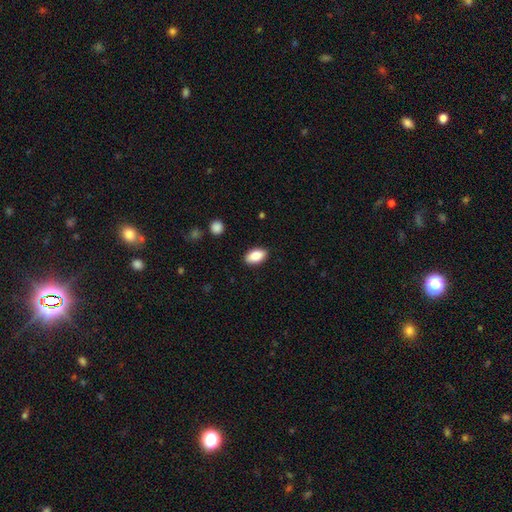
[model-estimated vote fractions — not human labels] A smooth galaxy with no disk features (85%) that is in between round and cigar-shaped (92%).

Vote fractions:
- Smooth or featured? smooth: 85% / featured or disk: 8% / star or artifact: 7%
- How rounded? in between: 92% / round: 5% / cigar-shaped: 4%
- Merging? none: 88% / minor disturbance: 9% / major disturbance: 2% / merger: 1%